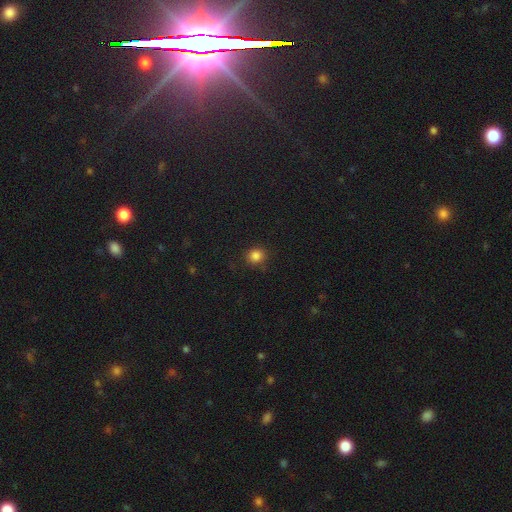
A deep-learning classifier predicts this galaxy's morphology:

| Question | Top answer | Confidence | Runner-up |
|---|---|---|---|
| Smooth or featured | smooth | 84% | star or artifact (12%) |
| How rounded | round | 87% | in between (12%) |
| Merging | none | 86% | minor disturbance (10%) |